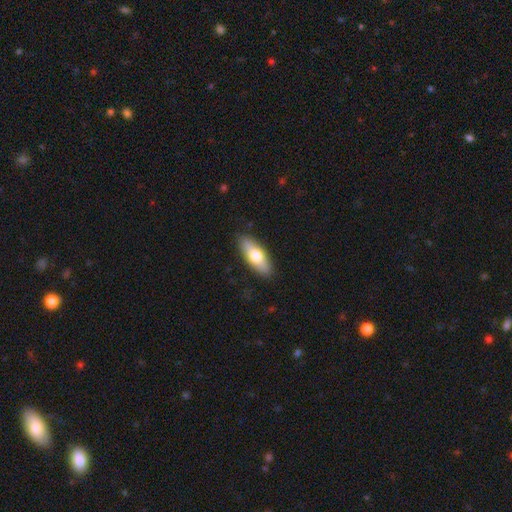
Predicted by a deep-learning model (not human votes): smooth 67%, featured or disk 27%, star or artifact 6%. Down the decision tree: how rounded — in between (68%); merging — none (88%).